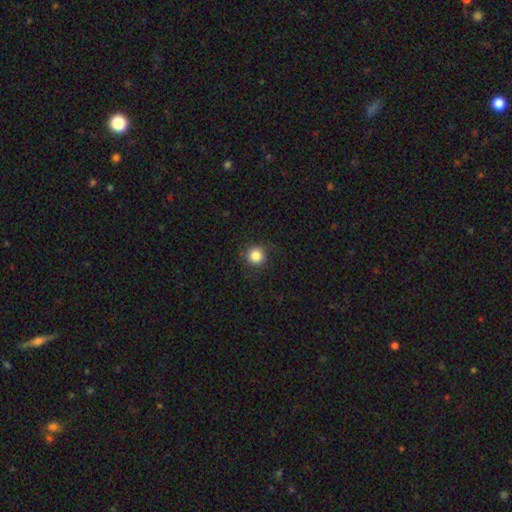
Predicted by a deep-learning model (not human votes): This is clearly a smooth galaxy (85%). How rounded: clearly round (95%). Merging: clearly none (87%).